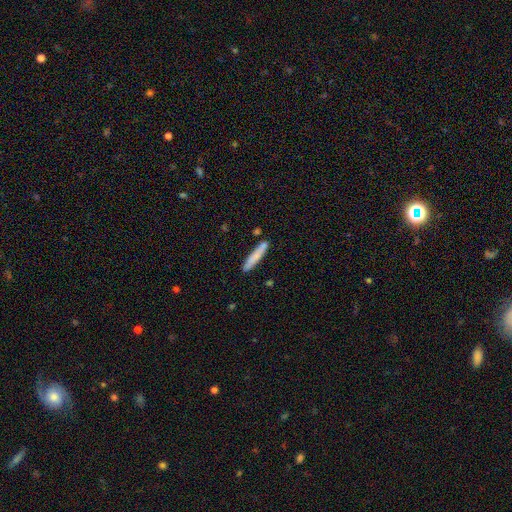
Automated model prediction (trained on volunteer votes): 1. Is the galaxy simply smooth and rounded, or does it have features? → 73% smooth, 20% featured or disk, 6% star or artifact.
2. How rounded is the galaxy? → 92% cigar-shaped, 6% in between, 1% round.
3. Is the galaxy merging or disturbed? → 81% none, 12% minor disturbance, 5% merger, 2% major disturbance.